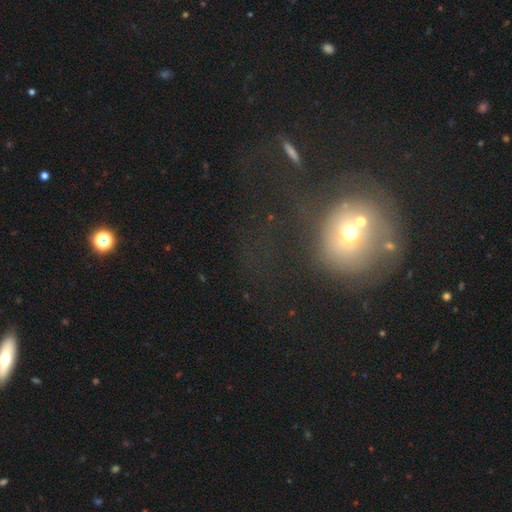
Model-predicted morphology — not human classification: type=smooth (44%); merging=none (32%).